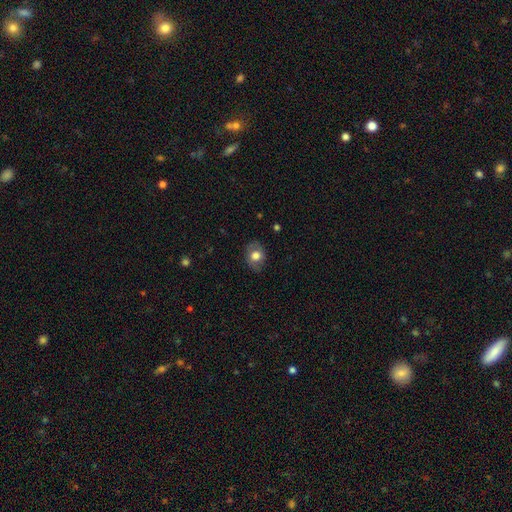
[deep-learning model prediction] A smooth galaxy with no disk features (70%) that is in between round and cigar-shaped (60%). Merging: none (80%).